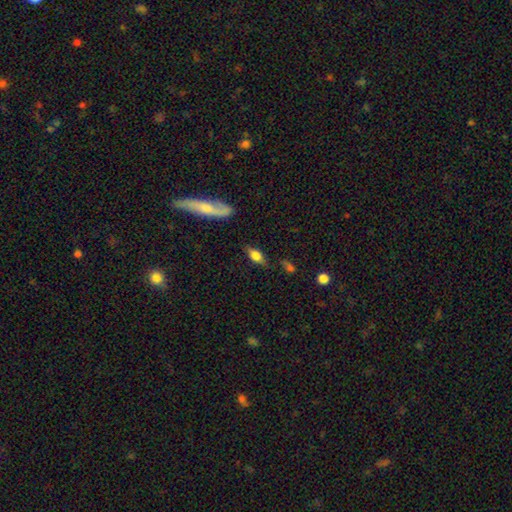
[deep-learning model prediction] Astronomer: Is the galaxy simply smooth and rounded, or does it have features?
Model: smooth — 64%.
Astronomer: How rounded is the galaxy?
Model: in between — 74%.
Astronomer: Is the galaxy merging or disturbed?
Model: none — 74%.